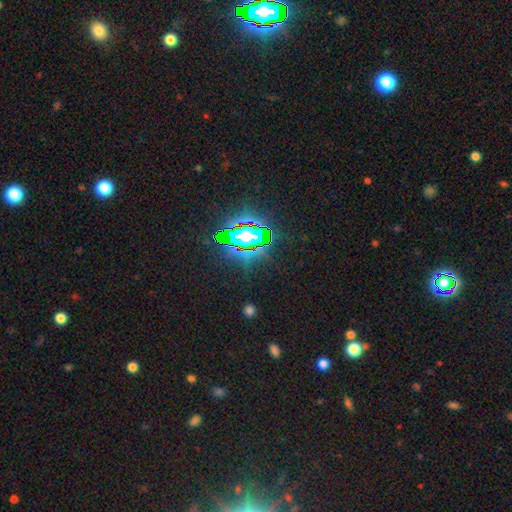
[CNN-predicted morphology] The model was most divided on "smooth or featured": star or artifact: 84%, smooth: 10%, featured or disk: 7%.